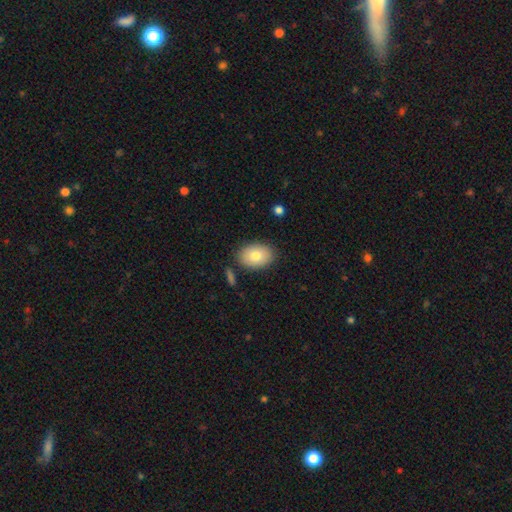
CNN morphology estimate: smooth-or-featured: smooth: 79% | featured or disk: 14% | star or artifact: 7%
  how-rounded: in between: 81% | round: 18% | cigar-shaped: 1%
  merging: none: 84% | minor disturbance: 11% | merger: 3% | major disturbance: 3%